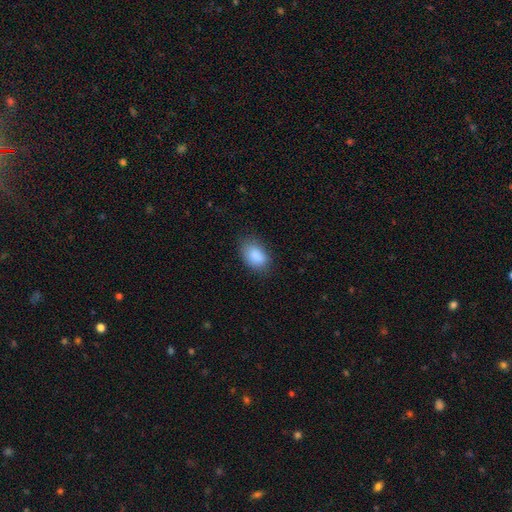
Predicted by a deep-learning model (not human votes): smooth 88%, star or artifact 7%, featured or disk 5%. Down the decision tree: how rounded — in between (87%); merging — none (77%).